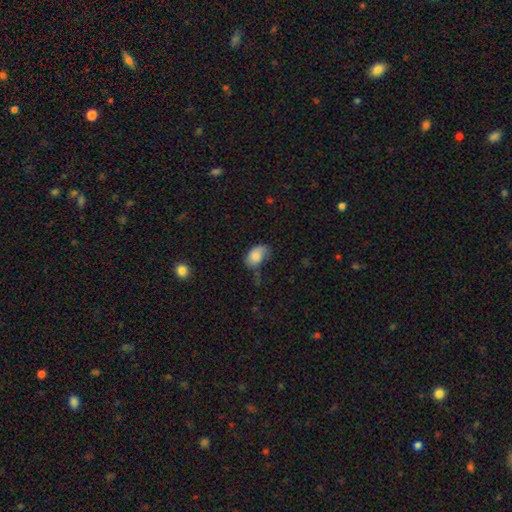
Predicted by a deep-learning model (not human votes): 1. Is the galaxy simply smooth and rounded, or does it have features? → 81% smooth, 11% featured or disk, 8% star or artifact.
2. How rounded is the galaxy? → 88% in between, 10% round, 1% cigar-shaped.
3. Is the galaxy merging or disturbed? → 38% none, 37% minor disturbance, 20% major disturbance, 5% merger.